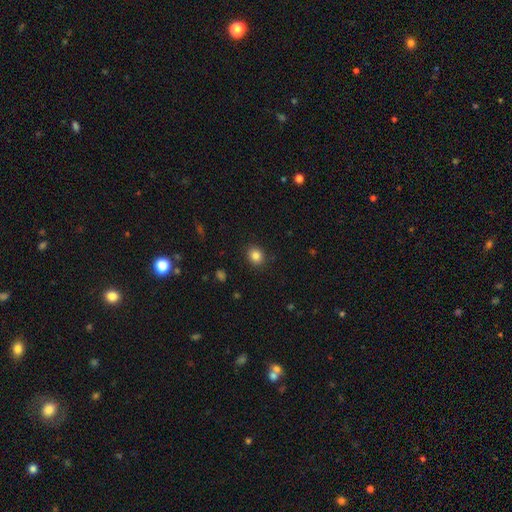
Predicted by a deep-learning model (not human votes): Overall: smooth (85%). How rounded: round (67%; in between 33%). Merging: none (90%).